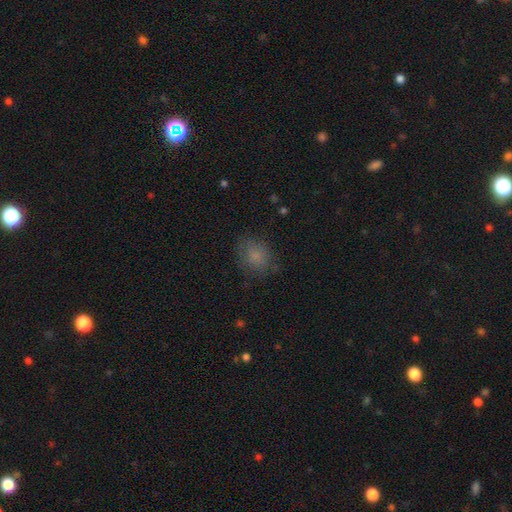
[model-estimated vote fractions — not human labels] Smooth or featured? smooth (79%)
How rounded? round (55%)
Merging? none (74%)